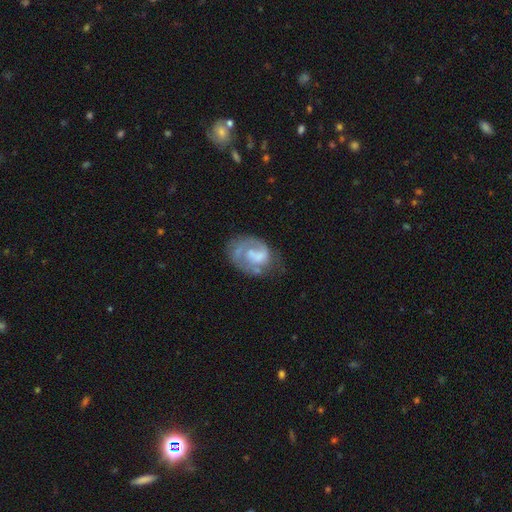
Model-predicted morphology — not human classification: type=featured or disk (59%); edge-on=no (98%); bar=no (67%); spiral arms=yes (57%); bulge=none (34%); merging=none (42%).